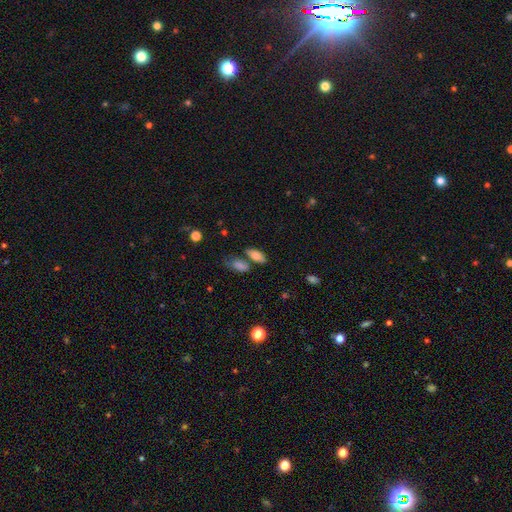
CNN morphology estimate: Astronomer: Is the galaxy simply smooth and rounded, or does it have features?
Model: smooth — 77%.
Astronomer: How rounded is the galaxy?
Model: in between — 83%.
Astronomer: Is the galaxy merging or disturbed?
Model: none — 63%.